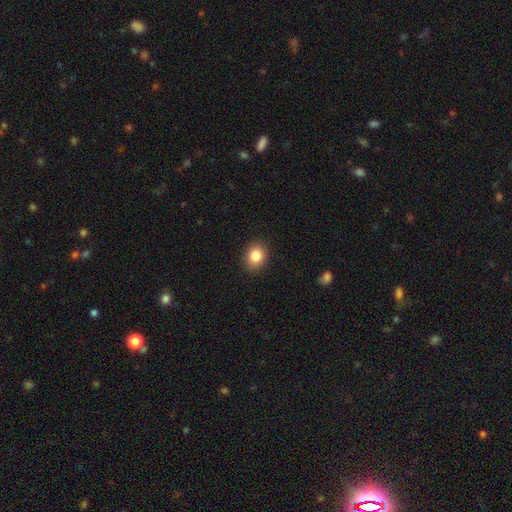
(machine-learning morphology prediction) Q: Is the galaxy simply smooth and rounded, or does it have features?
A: smooth — 84%.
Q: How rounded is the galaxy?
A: round — 51%.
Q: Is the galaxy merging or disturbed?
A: none — 89%.